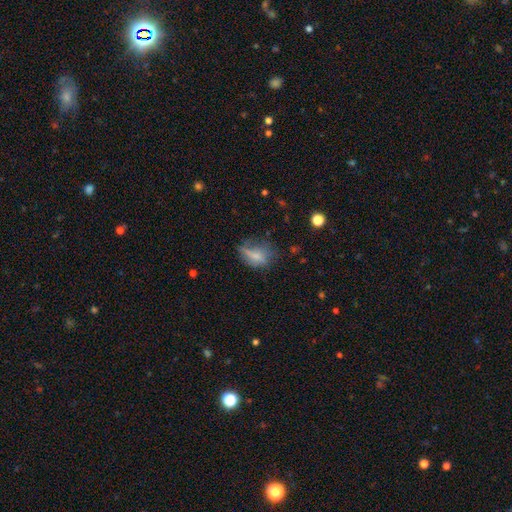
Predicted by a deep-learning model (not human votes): smooth-or-featured: smooth: 61% | featured or disk: 26% | star or artifact: 12%
  how-rounded: in between: 76% | round: 15% | cigar-shaped: 9%
  merging: none: 35% | major disturbance: 31% | minor disturbance: 29% | merger: 4%